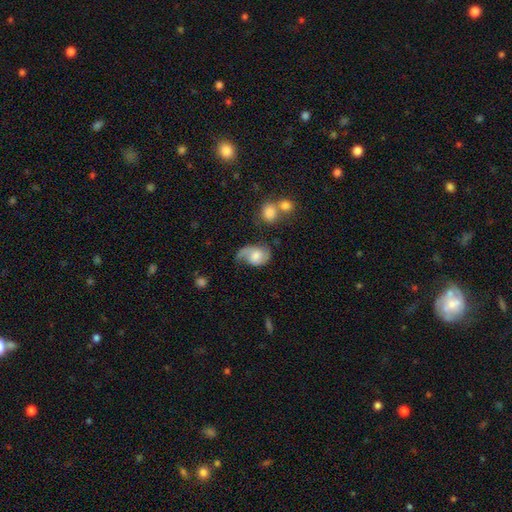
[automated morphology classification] This appears to be a featured or disk galaxy (57%) with no bar (57%), spiral arms (89%) and a moderate central bulge (46%). Merging: none (43%).